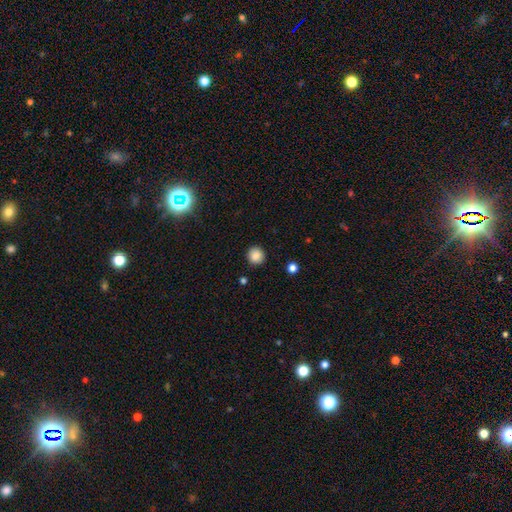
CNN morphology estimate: Overall: smooth (85%). How rounded: round (93%). Merging: none (91%).